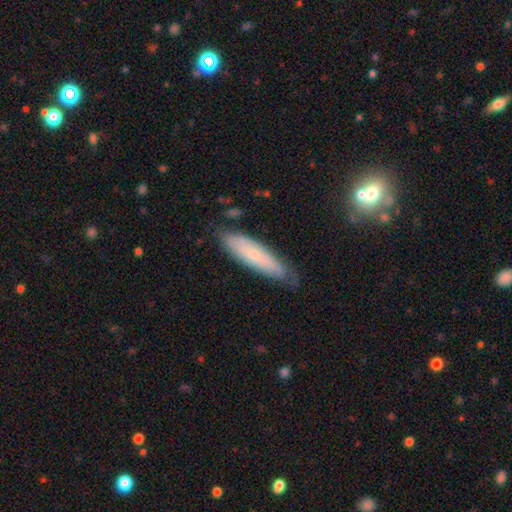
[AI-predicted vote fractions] Smooth or featured? smooth (67%)
How rounded? cigar-shaped (71%)
Merging? none (73%)